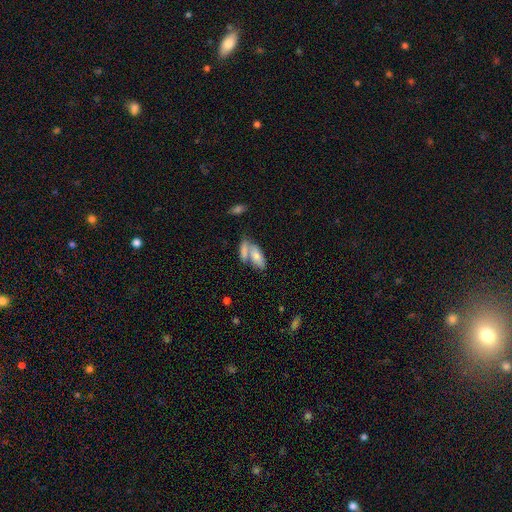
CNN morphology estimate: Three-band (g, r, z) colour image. It shows a smooth galaxy with no disk features (69%) that is in between round and cigar-shaped (82%). Merging: merger (48%).